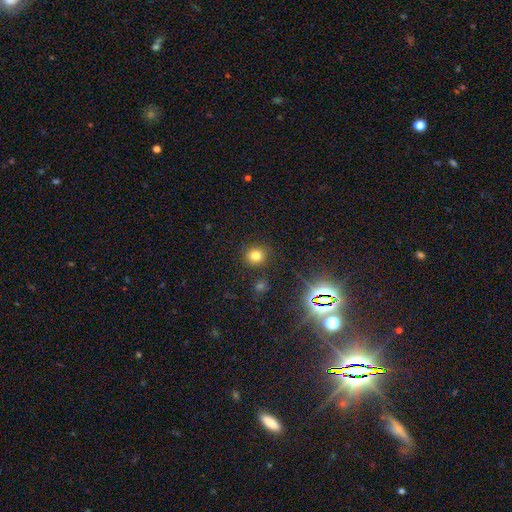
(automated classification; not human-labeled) Smooth or featured: smooth — 75% (star or artifact — 19%)
How rounded: round — 85% (in between — 14%)
Merging: none — 86% (minor disturbance — 8%)